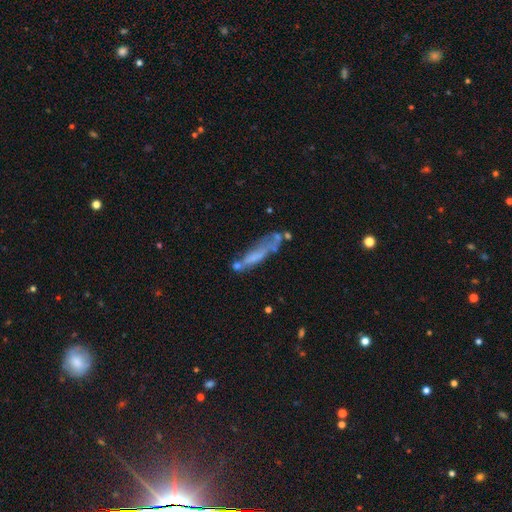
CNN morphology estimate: smooth-or-featured: featured or disk: 44% (tied) | smooth: 44% (tied) | star or artifact: 13%
  merging: none: 41% | minor disturbance: 22% | major disturbance: 19% | merger: 18%